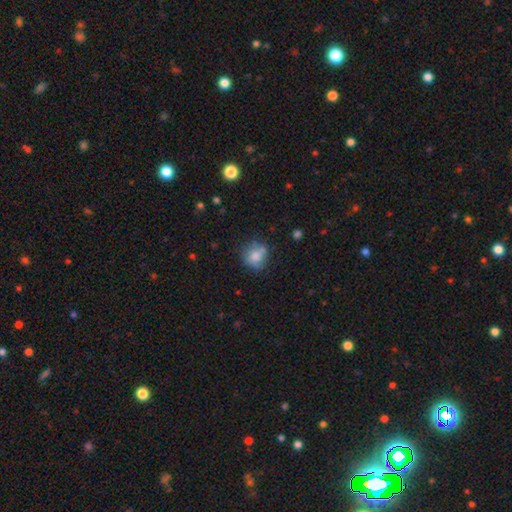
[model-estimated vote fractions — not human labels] smooth-or-featured: smooth: 74% | featured or disk: 15% | star or artifact: 10%
  how-rounded: round: 78% | in between: 21% | cigar-shaped: 1%
  merging: none: 61% | minor disturbance: 21% | merger: 11% | major disturbance: 7%